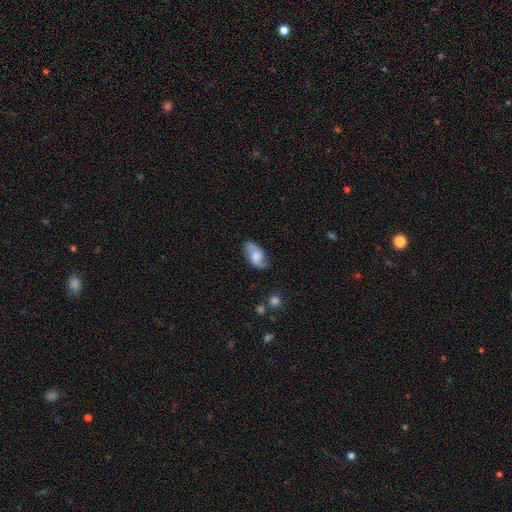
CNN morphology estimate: This is possibly a featured or disk galaxy (54%). It is clearly not viewed edge-on (94%). Bar: possibly no (56%). Spiral arm pattern: clearly yes (88%). Central bulge: possibly moderate (46%). Merging: likely none (75%).